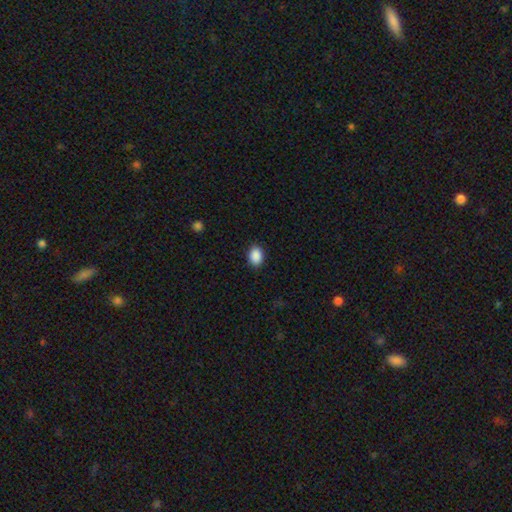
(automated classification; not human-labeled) A smooth galaxy with no disk features (90%) that is in between round and cigar-shaped (71%). Merging: none (89%).